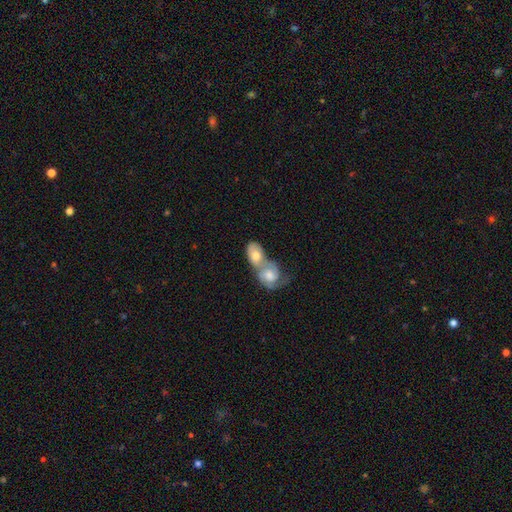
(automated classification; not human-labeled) This is possibly a featured or disk galaxy (47%). Merging: likely merger (79%).